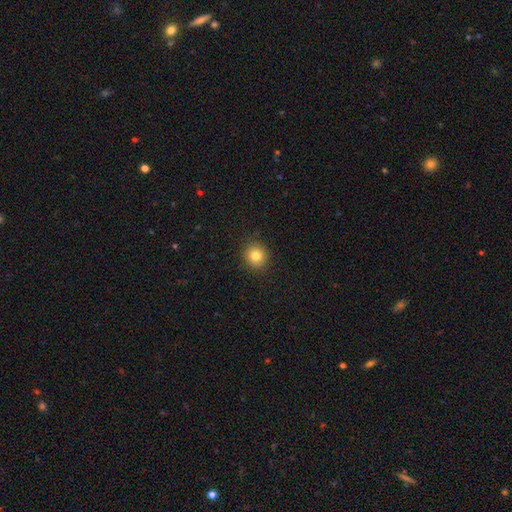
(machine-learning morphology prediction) smooth-or-featured: smooth: 81% | star or artifact: 12% | featured or disk: 7%
  how-rounded: round: 89% | in between: 10% | cigar-shaped: 1%
  merging: none: 91% | minor disturbance: 6% | major disturbance: 2% | merger: 1%